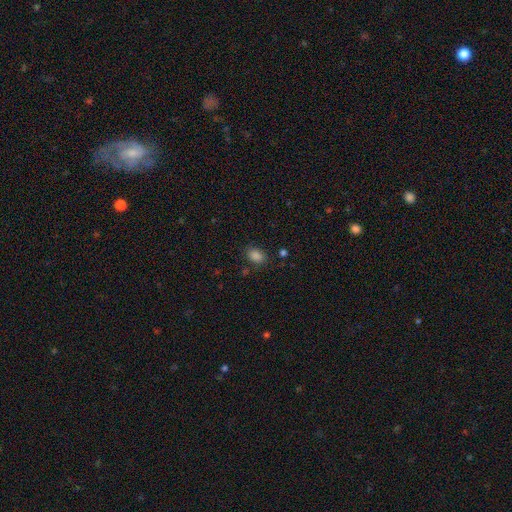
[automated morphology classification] Smooth or featured? Predicted: smooth (p=0.85). How rounded? Predicted: in between (p=0.78). Merging? Predicted: none (p=0.82).